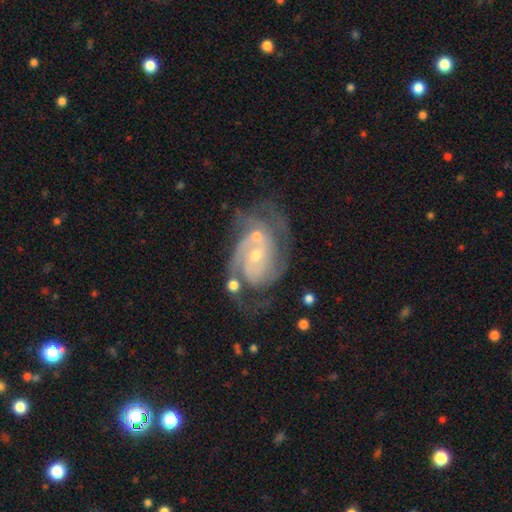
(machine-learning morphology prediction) Smooth or featured? featured or disk (87%)
Edge-on disk? no (97%)
Bar? no (61%)
Spiral arms? yes (95%)
Spiral winding? tight (52%)
Spiral arm count? 2 (48%)
Bulge size? small (61%)
Merging? none (40%)